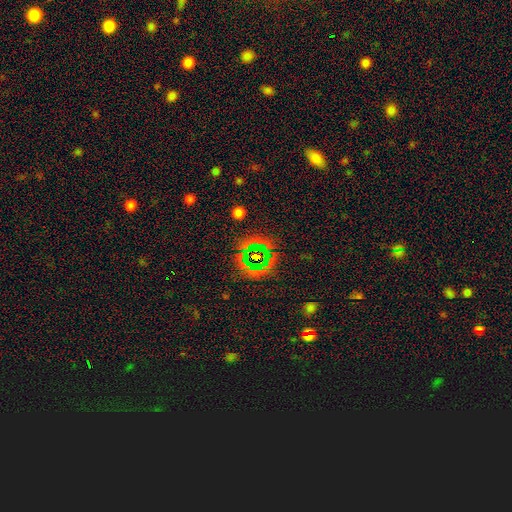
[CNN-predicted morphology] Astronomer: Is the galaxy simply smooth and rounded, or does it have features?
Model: star or artifact — 70%.